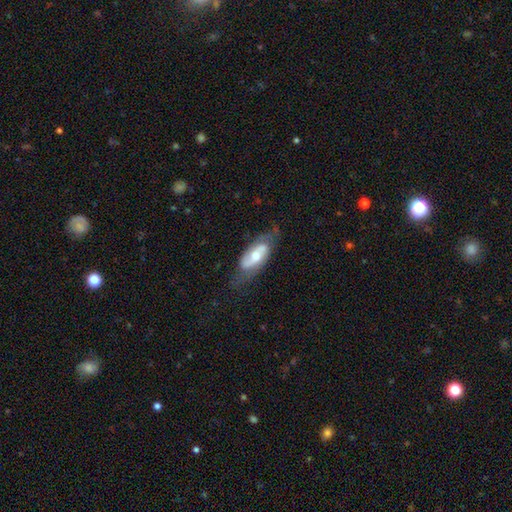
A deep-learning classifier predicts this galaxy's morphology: This is likely a featured or disk galaxy (66%). It is clearly not viewed edge-on (88%). Bar: marginally no (43%). Spiral arm pattern: clearly yes (80%). Central bulge: likely moderate (67%). Merging: likely none (62%).